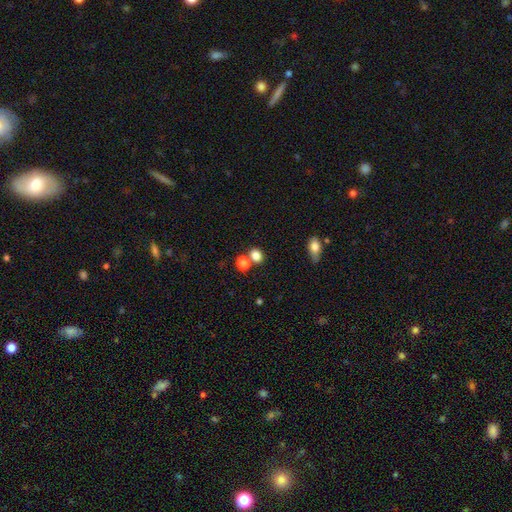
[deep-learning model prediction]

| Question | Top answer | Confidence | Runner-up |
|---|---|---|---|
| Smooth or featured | smooth | 82% | star or artifact (13%) |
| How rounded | round | 67% | in between (32%) |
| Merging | none | 64% | merger (24%) |